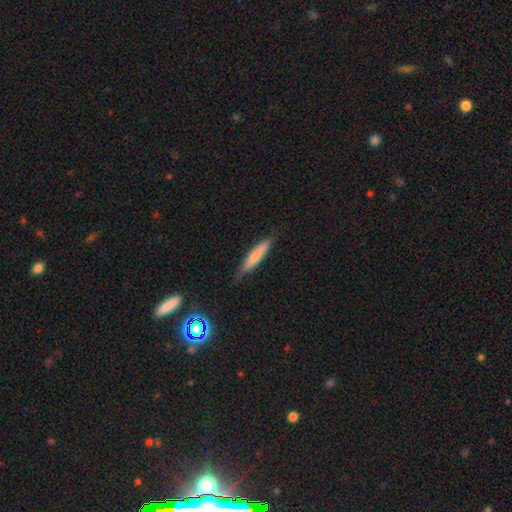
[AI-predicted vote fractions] Overall: smooth (68%). How rounded: cigar-shaped (90%). Merging: none (76%).